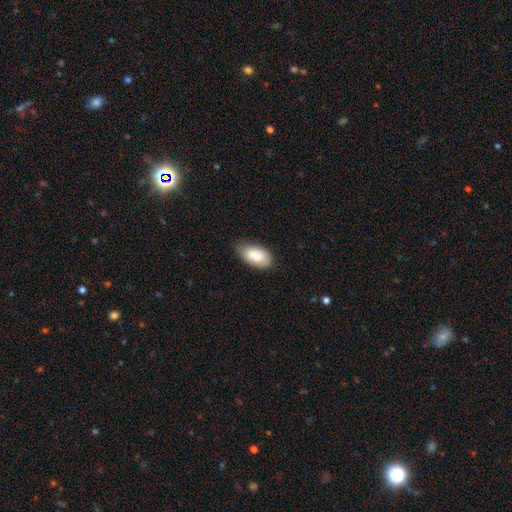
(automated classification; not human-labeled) A smooth galaxy with no disk features (84%) that is in between round and cigar-shaped (94%).

Vote fractions:
- Smooth or featured? smooth: 84% / featured or disk: 10% / star or artifact: 6%
- How rounded? in between: 94% / cigar-shaped: 3% / round: 3%
- Merging? none: 67% / minor disturbance: 27% / major disturbance: 4% / merger: 1%